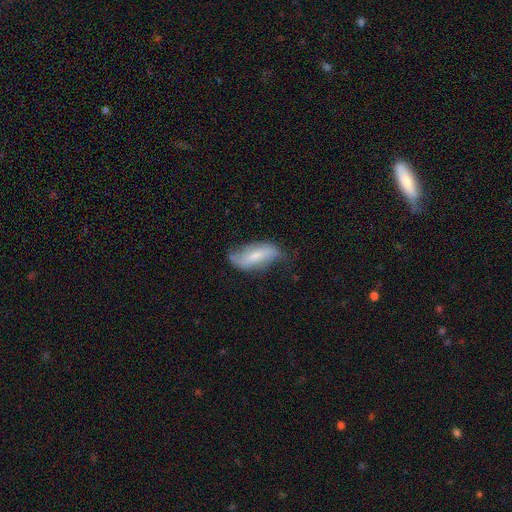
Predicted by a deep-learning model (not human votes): Smooth or featured? Predicted: featured or disk (p=0.49). Merging? Predicted: none (p=0.49).